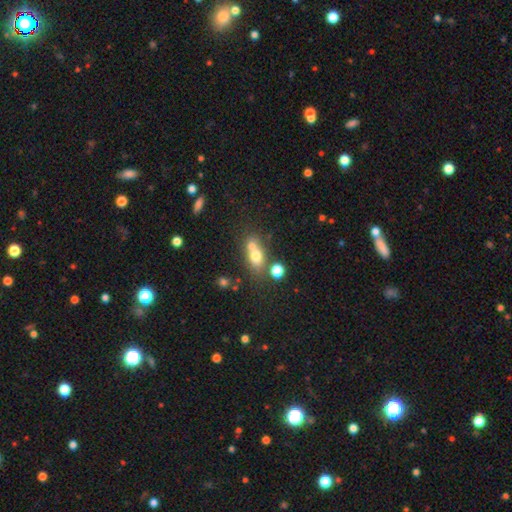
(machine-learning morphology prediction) Overall: smooth (68%). How rounded: in between (56%; round 38%). Merging: merger (47%; none 38%).